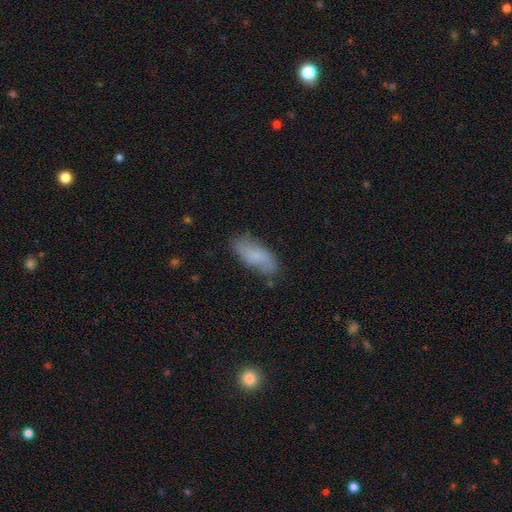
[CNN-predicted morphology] A smooth galaxy with no disk features (76%) that is in between round and cigar-shaped (83%). Merging: none (75%).